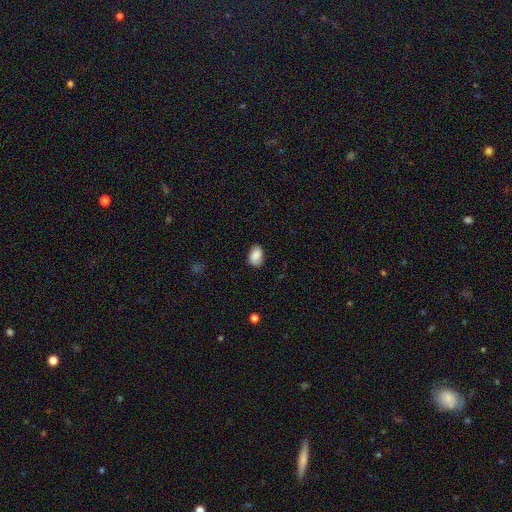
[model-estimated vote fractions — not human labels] A smooth galaxy with no disk features (88%) that is in between round and cigar-shaped (86%).

Vote fractions:
- Smooth or featured? smooth: 88% / star or artifact: 8% / featured or disk: 5%
- How rounded? in between: 86% / round: 12% / cigar-shaped: 1%
- Merging? none: 79% / minor disturbance: 16% / major disturbance: 3% / merger: 1%